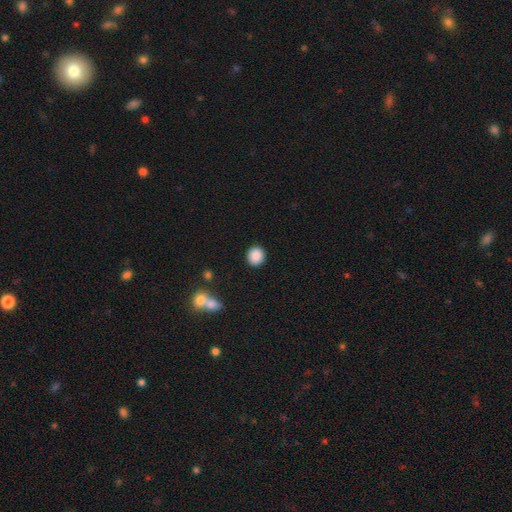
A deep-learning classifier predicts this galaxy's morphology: Smooth or featured? Predicted: smooth (p=0.89). How rounded? Predicted: round (p=0.83). Merging? Predicted: none (p=0.90).